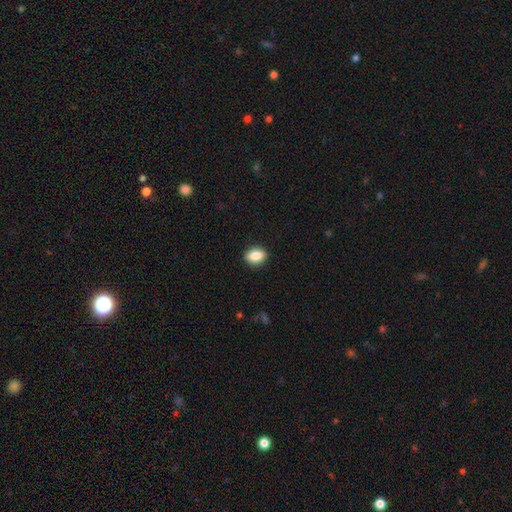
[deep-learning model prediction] smooth-or-featured: smooth: 86% | star or artifact: 8% | featured or disk: 6%
  how-rounded: in between: 69% | round: 30% | cigar-shaped: 2%
  merging: none: 90% | minor disturbance: 7% | major disturbance: 2% | merger: 1%